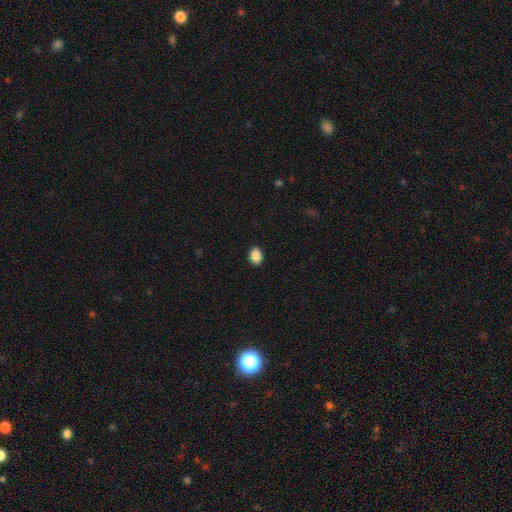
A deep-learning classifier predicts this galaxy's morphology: type=smooth (89%); roundness=in between (73%); merging=none (91%).